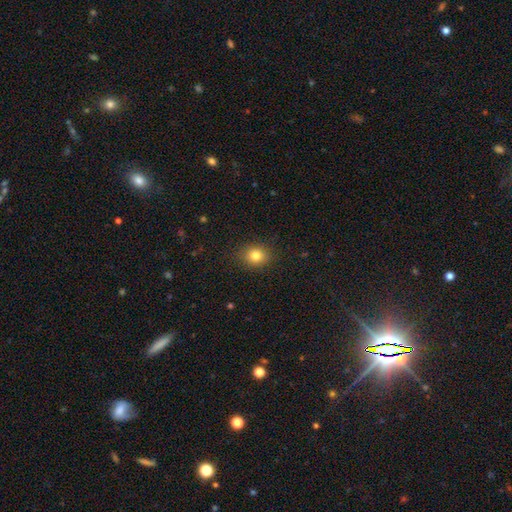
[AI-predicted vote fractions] The model was most divided on "how rounded": round: 65%, in between: 34%, cigar-shaped: 1%. More confident: merging — none (87%); smooth or featured — smooth (81%).